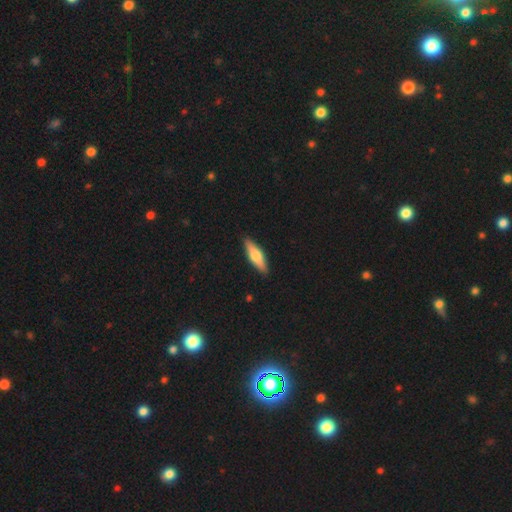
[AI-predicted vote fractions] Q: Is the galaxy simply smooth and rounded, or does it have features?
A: smooth — 55%.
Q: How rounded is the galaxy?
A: cigar-shaped — 60%.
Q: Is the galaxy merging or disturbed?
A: none — 90%.